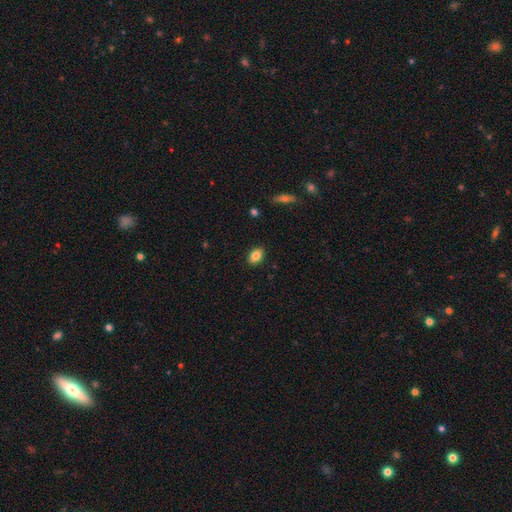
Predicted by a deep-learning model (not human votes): A smooth galaxy with no disk features (84%) that is in between round and cigar-shaped (83%). Merging: none (89%).